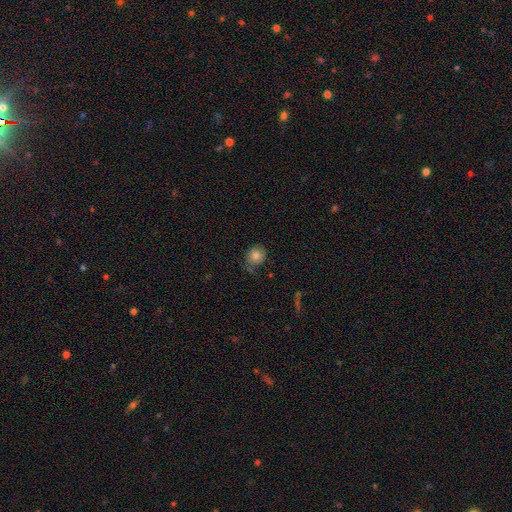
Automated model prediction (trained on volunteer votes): Overall: smooth (71%). How rounded: round (71%). Merging: none (54%; minor disturbance 29%).